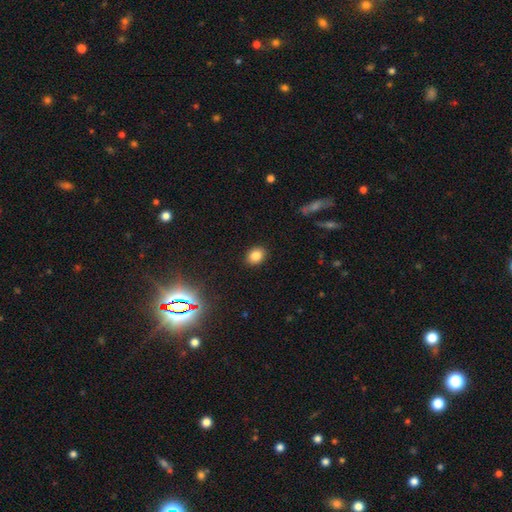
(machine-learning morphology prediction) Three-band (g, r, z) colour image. It shows a smooth galaxy with no disk features (83%) that is in between round and cigar-shaped (61%). Merging: none (90%).